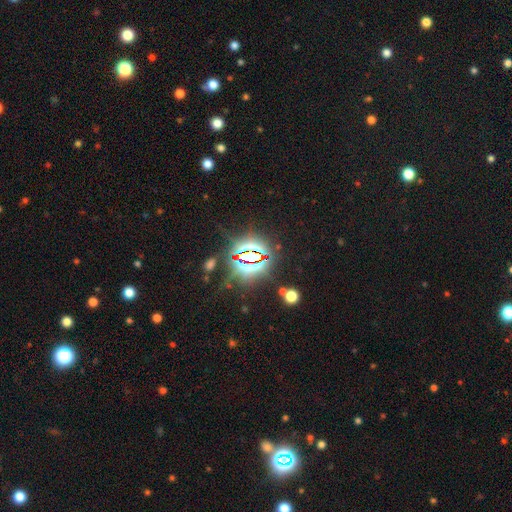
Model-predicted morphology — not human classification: type=star or artifact (80%).